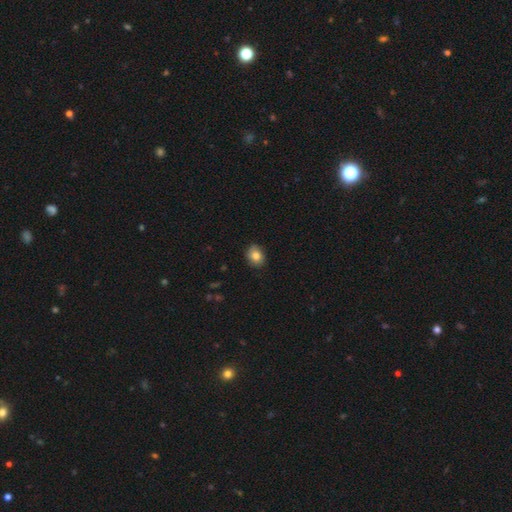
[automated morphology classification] smooth 83%, star or artifact 9%, featured or disk 8%. Down the decision tree: how rounded — round (51%); merging — none (85%).